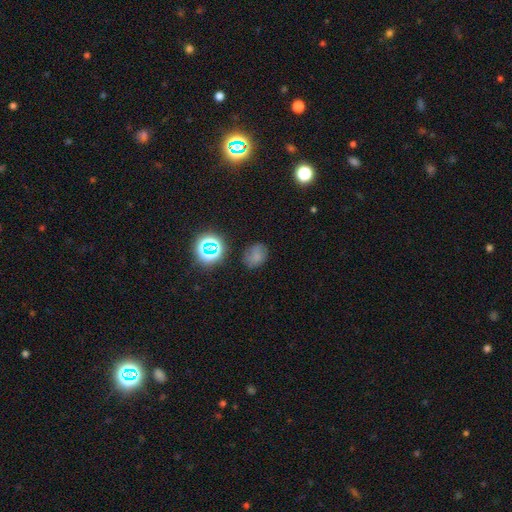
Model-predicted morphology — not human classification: Overall: smooth (64%). How rounded: in between (50%; round 49%). Merging: none (73%).